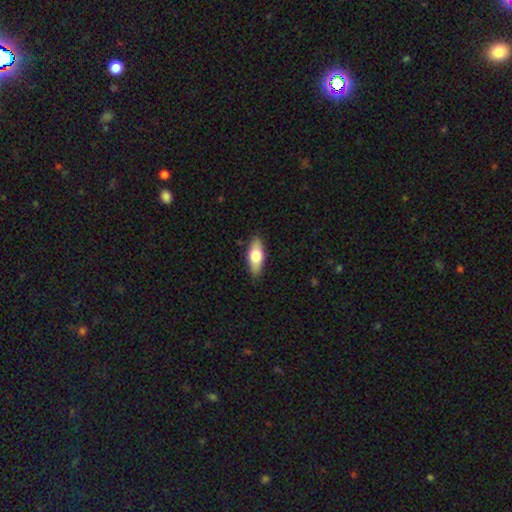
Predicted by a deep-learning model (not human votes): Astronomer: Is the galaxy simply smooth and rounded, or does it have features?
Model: smooth — 66%.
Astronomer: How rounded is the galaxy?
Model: in between — 75%.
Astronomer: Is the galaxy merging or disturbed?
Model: none — 87%.